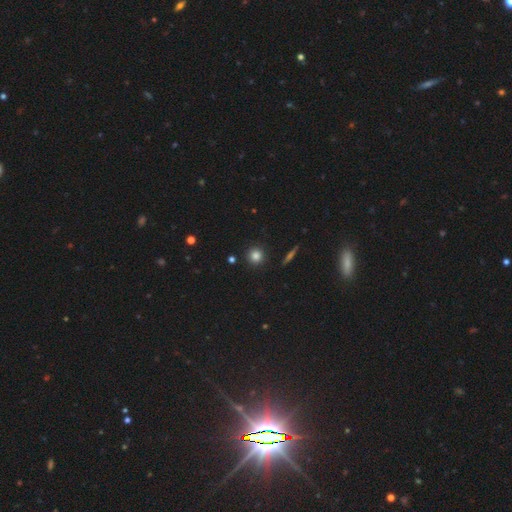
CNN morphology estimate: The model was most divided on "smooth or featured": smooth: 83%, star or artifact: 11%, featured or disk: 6%. More confident: how rounded — round (94%); merging — none (91%).